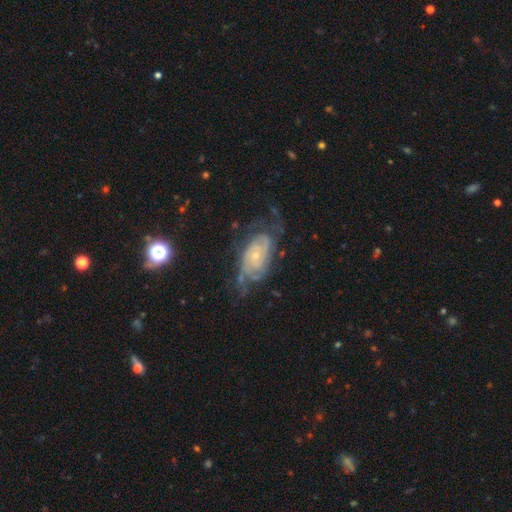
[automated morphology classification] Smooth or featured? Predicted: featured or disk (p=0.82). Edge-on disk? Predicted: no (p=0.95). Bar? Predicted: no (p=0.76). Spiral arms? Predicted: yes (p=0.92). Spiral winding? Predicted: tight (p=0.60). Spiral arm count? Predicted: can't tell (p=0.36). Bulge size? Predicted: small (p=0.73). Merging? Predicted: none (p=0.57).